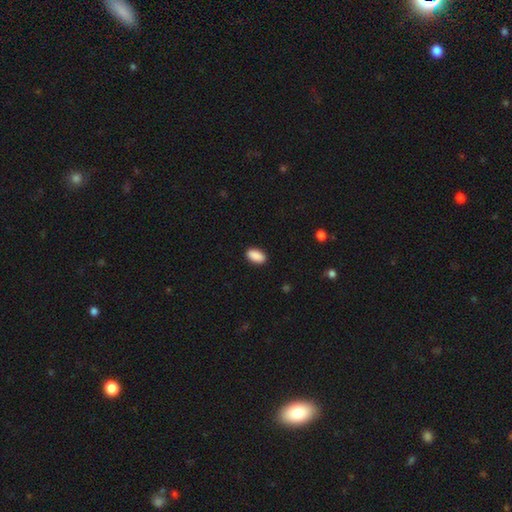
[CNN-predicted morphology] This is clearly a smooth galaxy (90%). How rounded: clearly in between (93%). Merging: clearly none (89%).